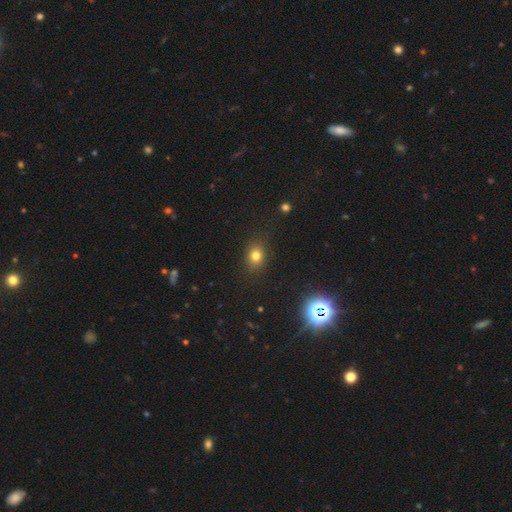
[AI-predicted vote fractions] Overall: smooth (75%). How rounded: round (53%; in between 45%). Merging: none (85%).